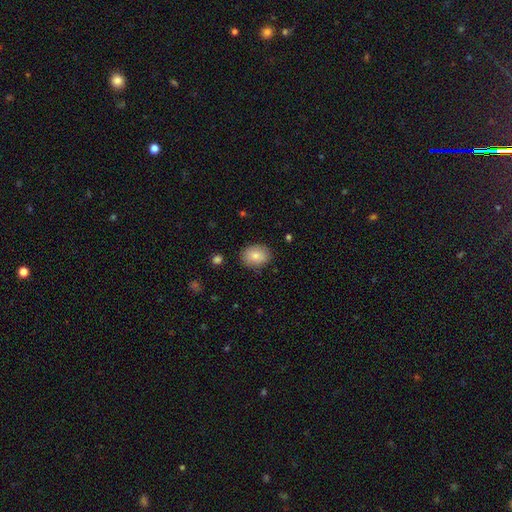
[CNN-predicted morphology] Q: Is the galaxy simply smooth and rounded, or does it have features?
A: smooth — 83%.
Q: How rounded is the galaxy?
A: in between — 61%.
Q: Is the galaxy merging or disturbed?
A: none — 85%.